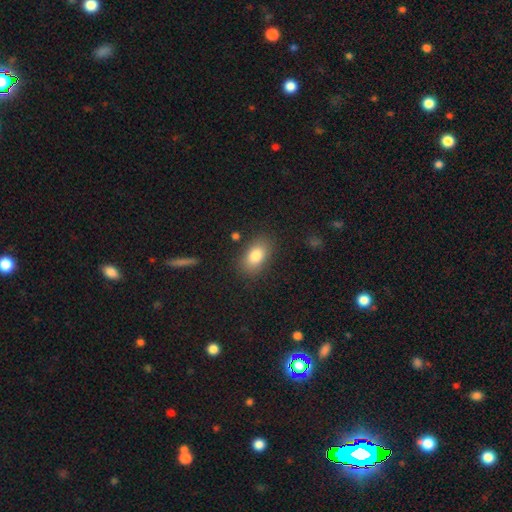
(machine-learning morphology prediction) A smooth galaxy with no disk features (83%) that is in between round and cigar-shaped (88%).

Vote fractions:
- Smooth or featured? smooth: 83% / featured or disk: 9% / star or artifact: 8%
- How rounded? in between: 88% / round: 10% / cigar-shaped: 2%
- Merging? none: 83% / minor disturbance: 11% / major disturbance: 4% / merger: 2%